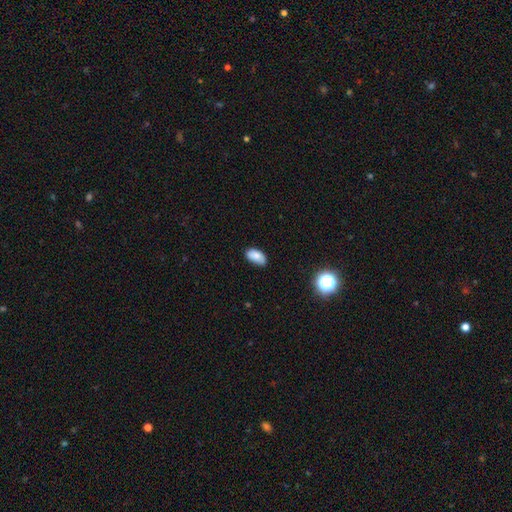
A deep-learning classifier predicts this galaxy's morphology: Smooth or featured? smooth (85%)
How rounded? in between (94%)
Merging? none (76%)